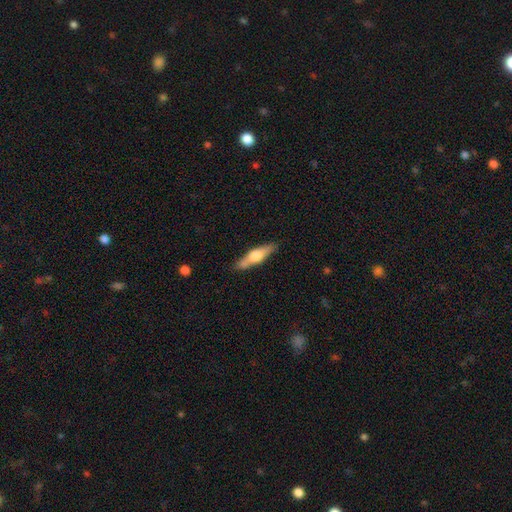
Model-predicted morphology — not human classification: Smooth or featured: featured or disk — 50% (smooth — 44%)
Edge-on disk: yes — 92% (no — 8%)
Merging: none — 81% (minor disturbance — 14%)